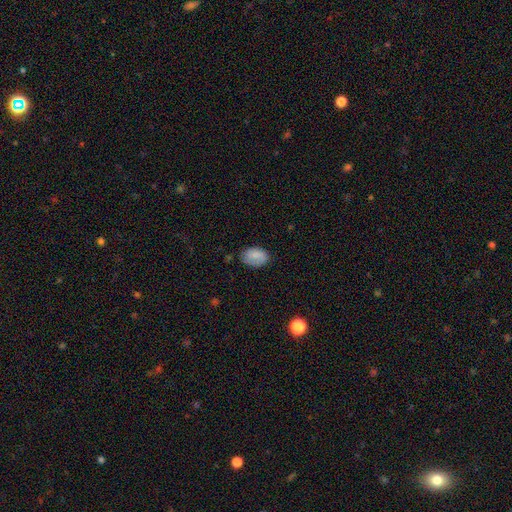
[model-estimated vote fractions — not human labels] smooth 80%, featured or disk 12%, star or artifact 8%. Down the decision tree: how rounded — in between (84%); merging — none (73%).